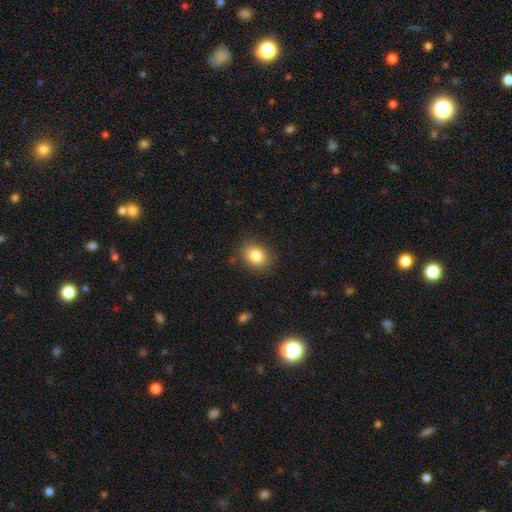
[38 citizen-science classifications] A smooth galaxy with no disk features (79%) that is in between round and cigar-shaped (60%). Merging: none (82%).